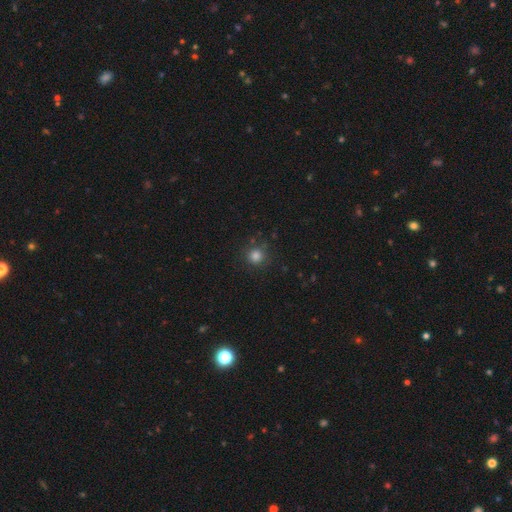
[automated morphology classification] smooth 82%, star or artifact 13%, featured or disk 4%. Down the decision tree: how rounded — round (93%); merging — none (84%).